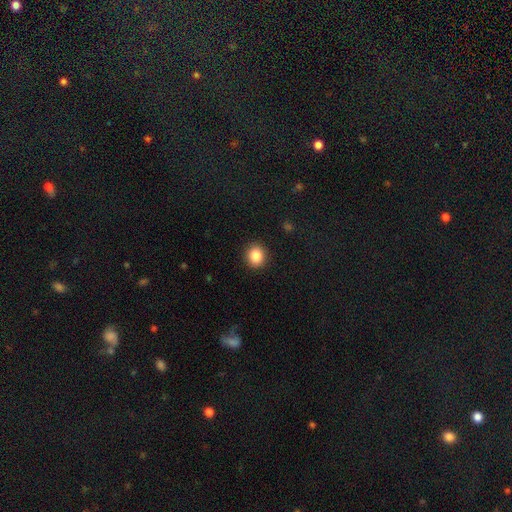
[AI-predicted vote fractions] Smooth or featured? Predicted: smooth (p=0.86). How rounded? Predicted: round (p=0.77). Merging? Predicted: none (p=0.91).